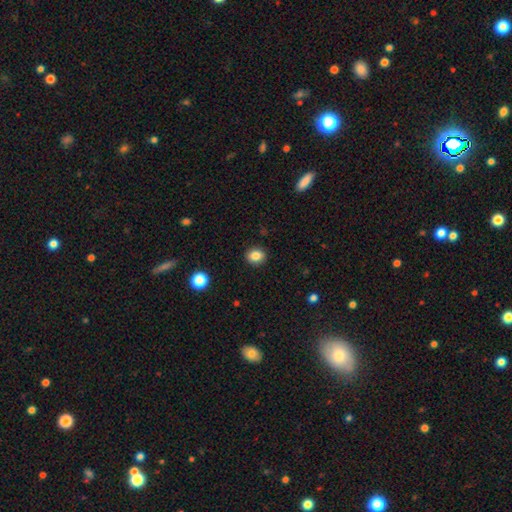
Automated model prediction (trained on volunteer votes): A smooth galaxy with no disk features (84%) that is round (66%). Merging: none (91%).